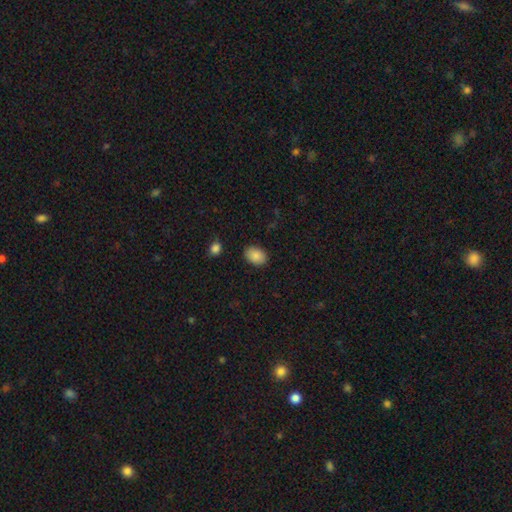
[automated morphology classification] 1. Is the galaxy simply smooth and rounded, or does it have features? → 88% smooth, 7% star or artifact, 5% featured or disk.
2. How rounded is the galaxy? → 80% in between, 19% round, 1% cigar-shaped.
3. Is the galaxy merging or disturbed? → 88% none, 9% minor disturbance, 2% major disturbance, 1% merger.